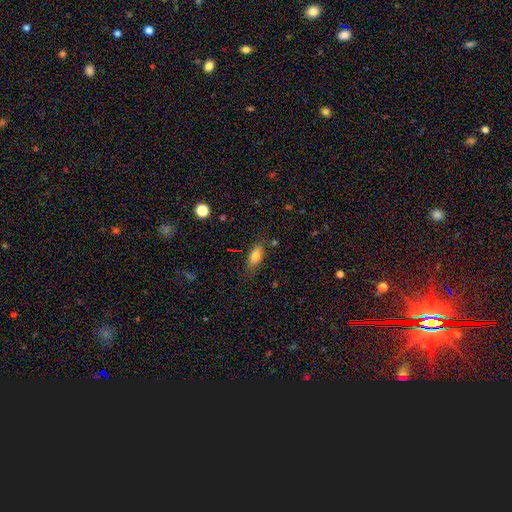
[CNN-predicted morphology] This appears to be a smooth galaxy with no disk features (77%) that is in between round and cigar-shaped (81%). Merging: none (75%).